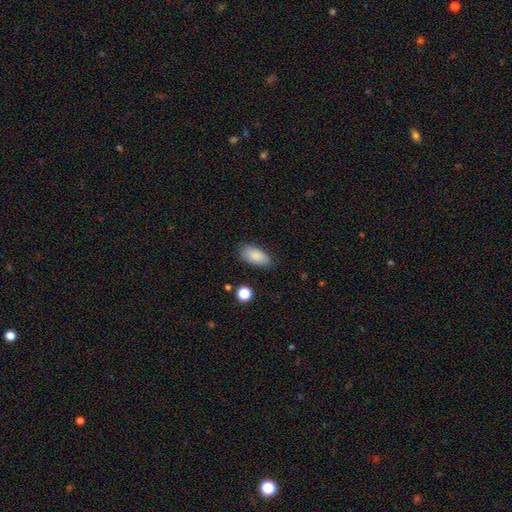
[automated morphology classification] smooth-or-featured: smooth: 87% | star or artifact: 7% | featured or disk: 6%
  how-rounded: in between: 91% | cigar-shaped: 6% | round: 3%
  merging: none: 81% | minor disturbance: 14% | major disturbance: 3% | merger: 2%